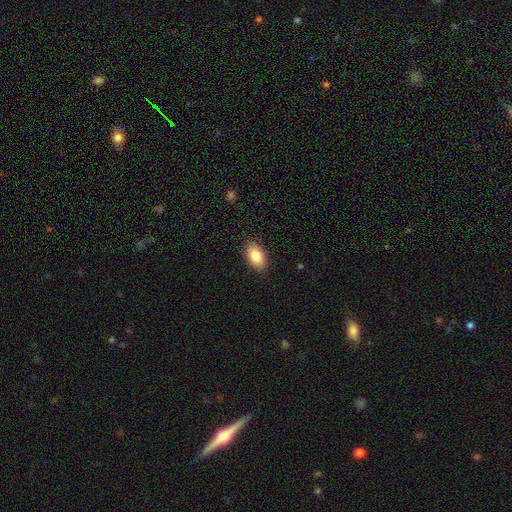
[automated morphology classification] This is clearly a smooth galaxy (85%). How rounded: clearly in between (92%). Merging: clearly none (88%).